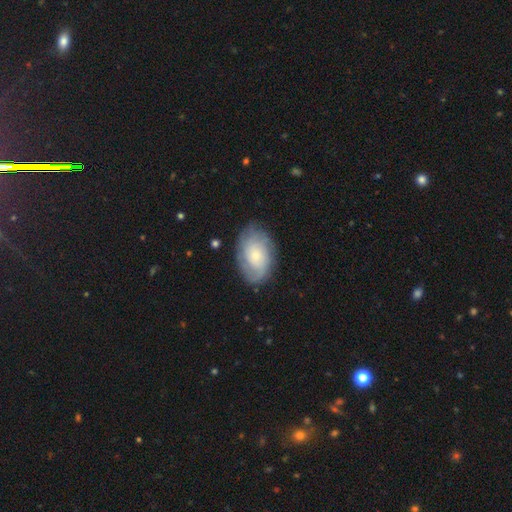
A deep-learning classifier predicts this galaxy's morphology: Overall: featured or disk (60%; smooth 33%). Edge-on disk: no (96%). Bar: no (78%). Spiral arms: yes (86%). Bulge size: small (66%; moderate 27%). Merging: none (77%).